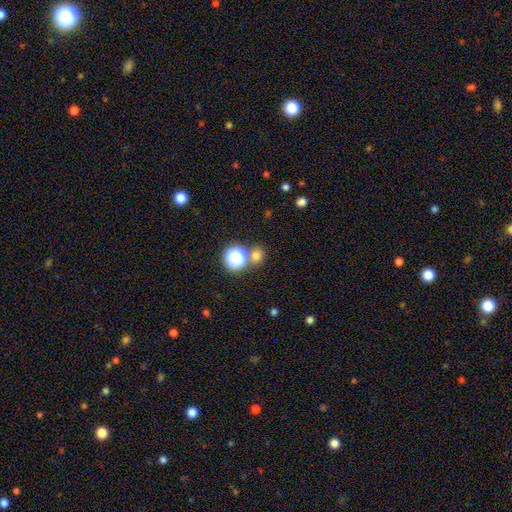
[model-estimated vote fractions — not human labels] A smooth galaxy with no disk features (70%) that is round (84%).

Vote fractions:
- Smooth or featured? smooth: 70% / star or artifact: 24% / featured or disk: 6%
- How rounded? round: 84% / in between: 15% / cigar-shaped: 1%
- Merging? none: 68% / merger: 21% / minor disturbance: 7% / major disturbance: 3%